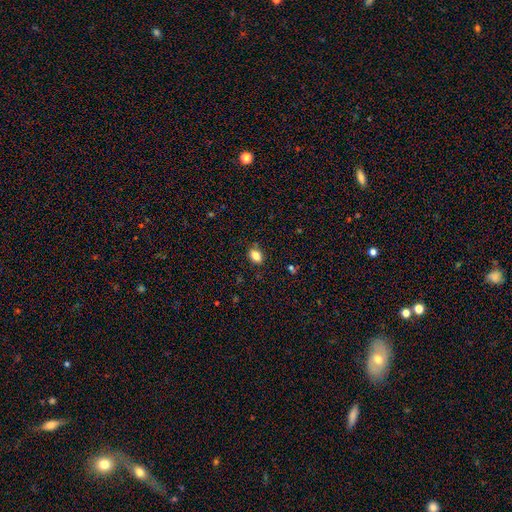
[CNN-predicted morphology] Smooth or featured? Predicted: smooth (p=0.81). How rounded? Predicted: in between (p=0.76). Merging? Predicted: none (p=0.83).